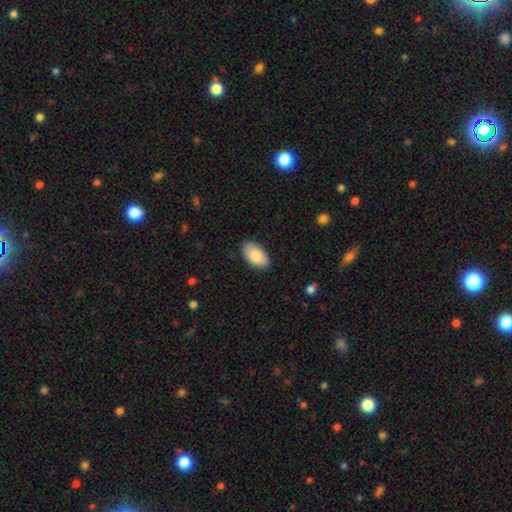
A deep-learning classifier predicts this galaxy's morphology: This is clearly a smooth galaxy (87%). How rounded: clearly in between (95%). Merging: clearly none (85%).